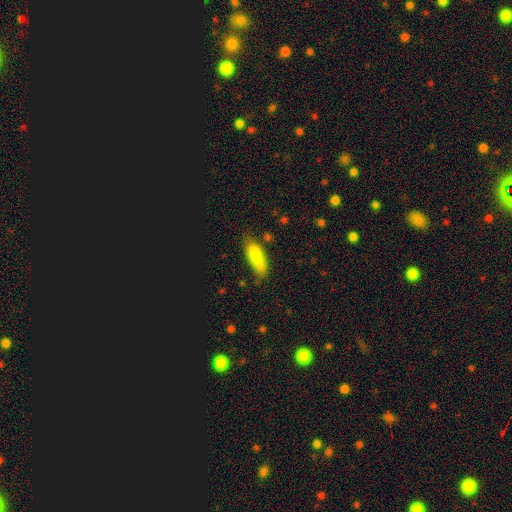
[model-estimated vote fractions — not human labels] This is clearly a smooth galaxy (83%). How rounded: likely in between (64%). Merging: likely none (64%).